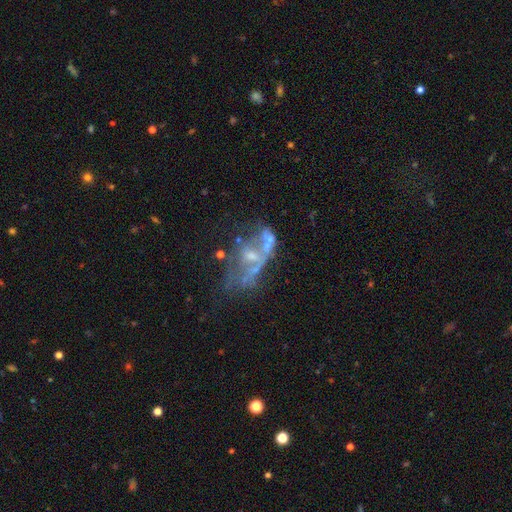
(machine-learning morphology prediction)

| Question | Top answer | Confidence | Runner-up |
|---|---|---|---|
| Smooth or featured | featured or disk | 65% | star or artifact (18%) |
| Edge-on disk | no | 94% | yes (6%) |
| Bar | no | 82% | weak (13%) |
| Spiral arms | no | 81% | yes (19%) |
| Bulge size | none | 45% | small (33%) |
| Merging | major disturbance | 30% | merger (28%) |